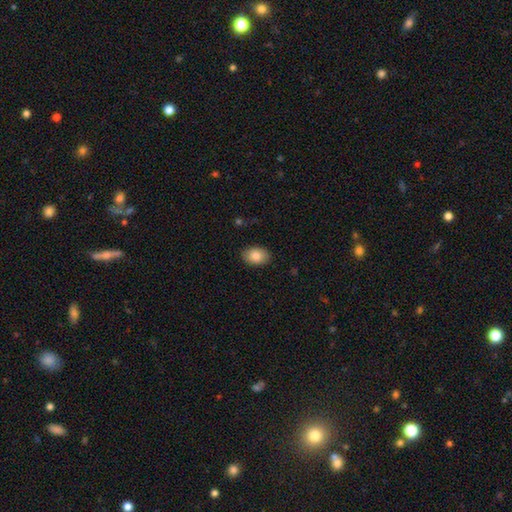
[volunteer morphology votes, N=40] A smooth galaxy with no disk features (80%) that is in between round and cigar-shaped (88%).

Vote fractions:
- Smooth or featured? smooth: 80% / featured or disk: 12% / star or artifact: 8%
- How rounded? in between: 88% / round: 12% / cigar-shaped: 0%
- Merging? none: 89% / minor disturbance: 11% / major disturbance: 0% / merger: 0%